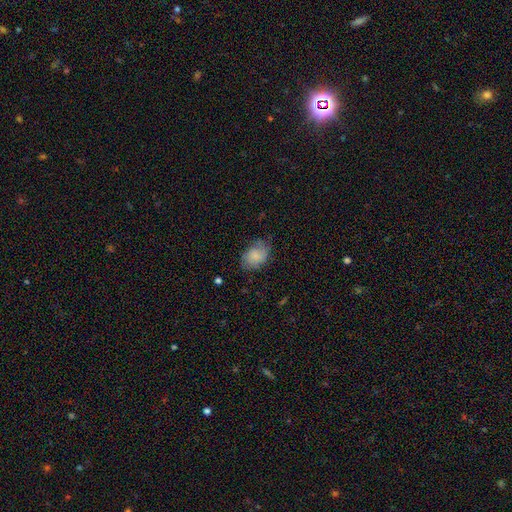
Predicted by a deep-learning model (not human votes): Smooth or featured: smooth — 75% (featured or disk — 18%)
How rounded: in between — 77% (round — 22%)
Merging: none — 63% (minor disturbance — 27%)